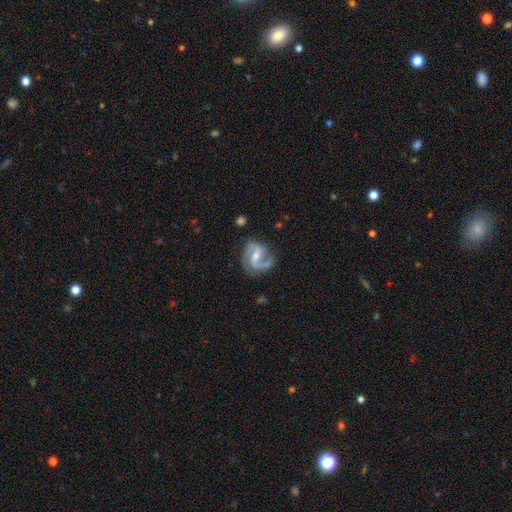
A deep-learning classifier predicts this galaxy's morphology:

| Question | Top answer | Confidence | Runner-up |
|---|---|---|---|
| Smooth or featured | featured or disk | 89% | smooth (6%) |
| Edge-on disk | no | 98% | yes (2%) |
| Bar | weak | 47% | strong (33%) |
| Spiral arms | yes | 97% | no (3%) |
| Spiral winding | medium | 57% | loose (23%) |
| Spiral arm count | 2 | 87% | 1 (4%) |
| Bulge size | small | 47% | tied: moderate (47%) |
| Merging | none | 71% | minor disturbance (19%) |